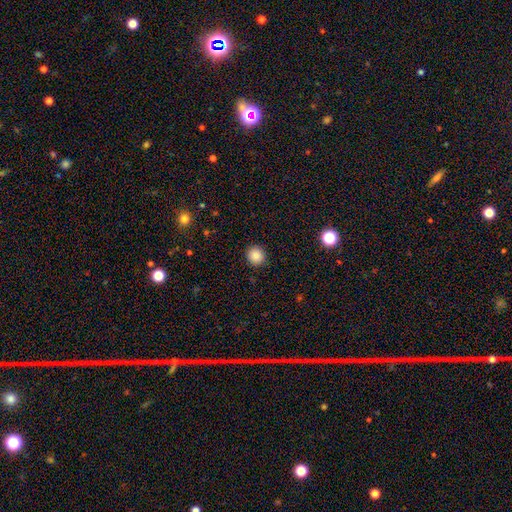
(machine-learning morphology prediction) Q: Smooth or featured?
A: smooth (88%); runner-up: star or artifact (9%)
Q: How rounded?
A: round (90%); runner-up: in between (9%)
Q: Merging?
A: none (91%); runner-up: minor disturbance (6%)